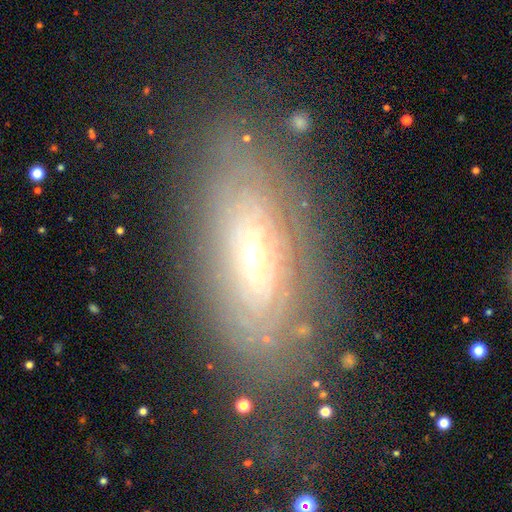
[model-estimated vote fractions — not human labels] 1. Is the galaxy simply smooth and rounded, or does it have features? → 57% featured or disk, 31% smooth, 12% star or artifact.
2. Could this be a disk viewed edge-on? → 75% no, 25% yes.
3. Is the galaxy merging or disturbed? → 74% none, 15% minor disturbance, 9% major disturbance, 2% merger.